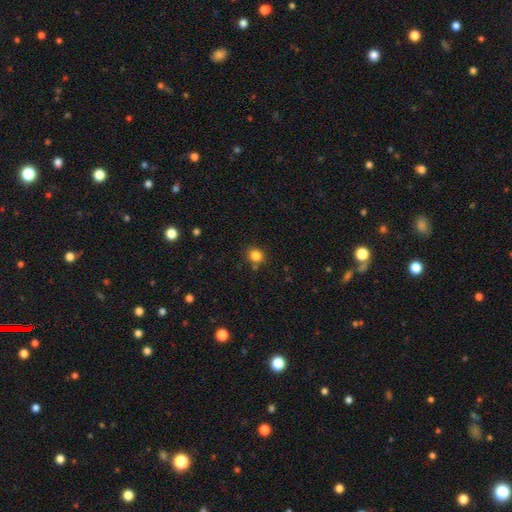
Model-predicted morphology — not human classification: smooth_or_featured: smooth (p=0.83) [alt: star or artifact p=0.12]
how_rounded: round (p=0.83) [alt: in between p=0.16]
merging: none (p=0.79) [alt: minor disturbance p=0.12]